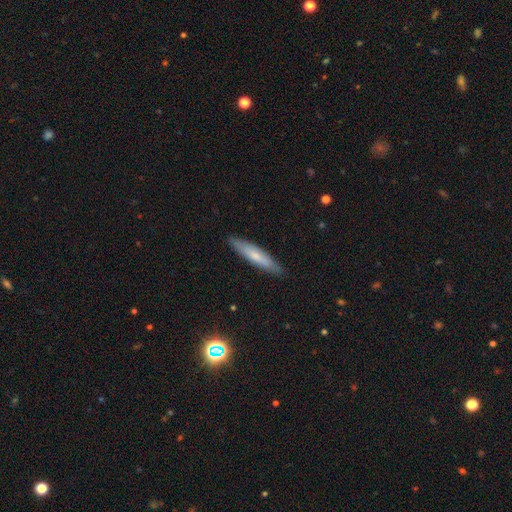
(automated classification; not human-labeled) Smooth or featured: smooth — 65% (featured or disk — 28%)
How rounded: cigar-shaped — 86% (in between — 13%)
Merging: none — 88% (minor disturbance — 9%)